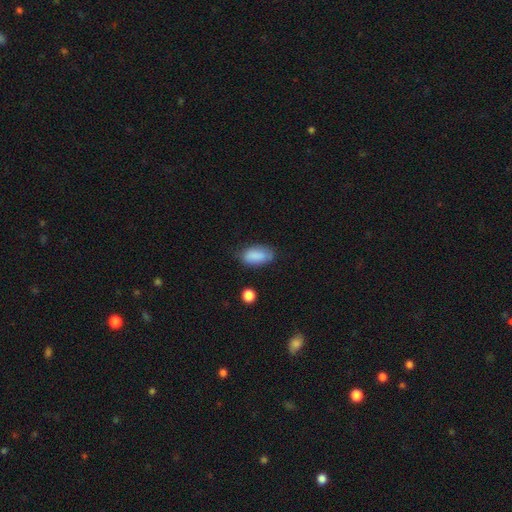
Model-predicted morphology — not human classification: The model was most divided on "merging": none: 66%, minor disturbance: 25%, major disturbance: 6%, merger: 3%. More confident: how rounded — in between (92%); smooth or featured — smooth (85%).